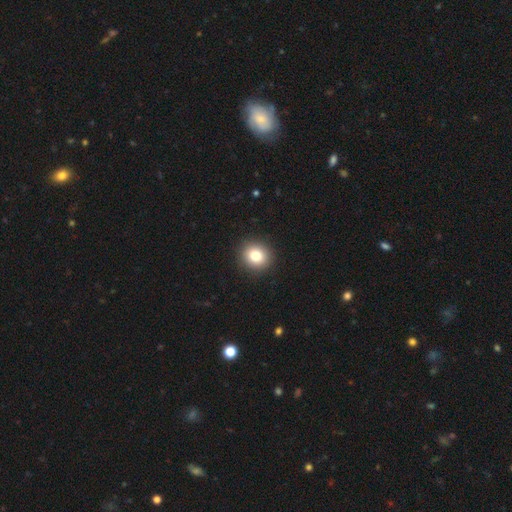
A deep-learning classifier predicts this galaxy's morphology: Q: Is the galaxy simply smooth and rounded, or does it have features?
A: smooth — 81%.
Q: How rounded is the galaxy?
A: round — 86%.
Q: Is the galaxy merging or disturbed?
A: none — 92%.